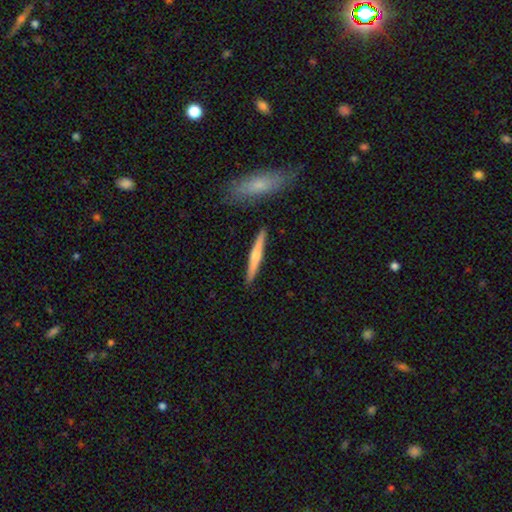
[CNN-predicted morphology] Smooth or featured? smooth (49%)
Merging? none (88%)